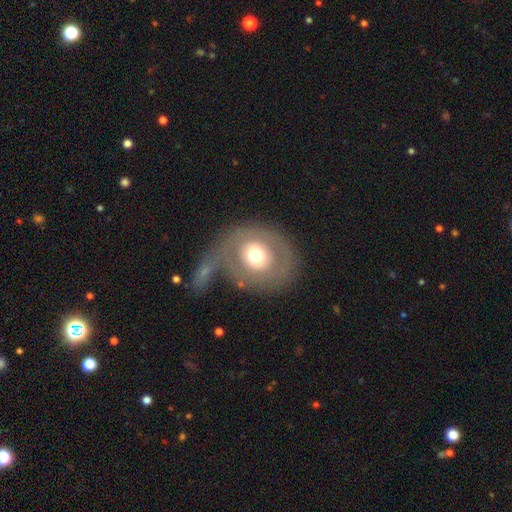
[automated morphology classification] smooth-or-featured: smooth: 54% | featured or disk: 38% | star or artifact: 8%
  how-rounded: round: 66% | in between: 33% | cigar-shaped: 1%
  merging: none: 51% | merger: 18% | major disturbance: 16% | minor disturbance: 15%